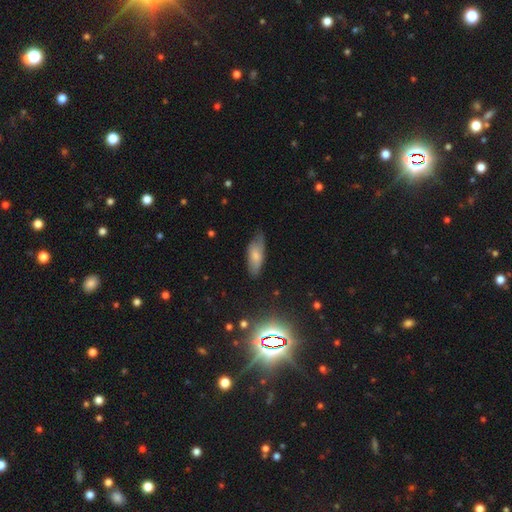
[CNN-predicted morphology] Smooth or featured? Predicted: smooth (p=0.69). How rounded? Predicted: in between (p=0.79). Merging? Predicted: none (p=0.62).